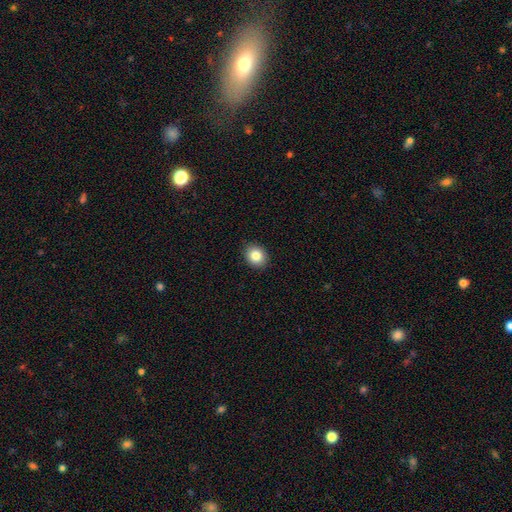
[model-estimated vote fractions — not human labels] Smooth or featured? Predicted: smooth (p=0.84). How rounded? Predicted: round (p=0.60). Merging? Predicted: none (p=0.89).